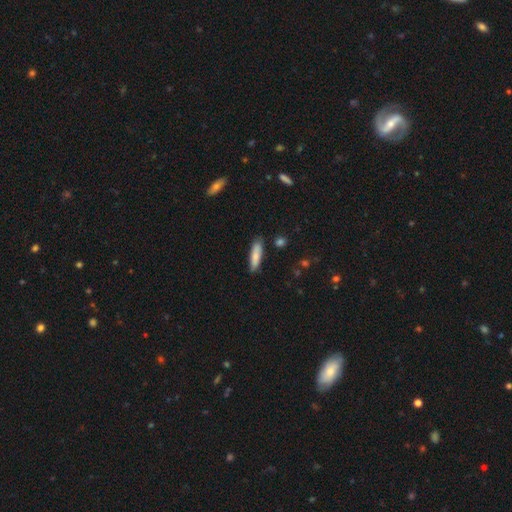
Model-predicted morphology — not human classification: The model was most divided on "how rounded": cigar-shaped: 65%, in between: 33%, round: 2%. More confident: merging — none (82%); smooth or featured — smooth (82%).